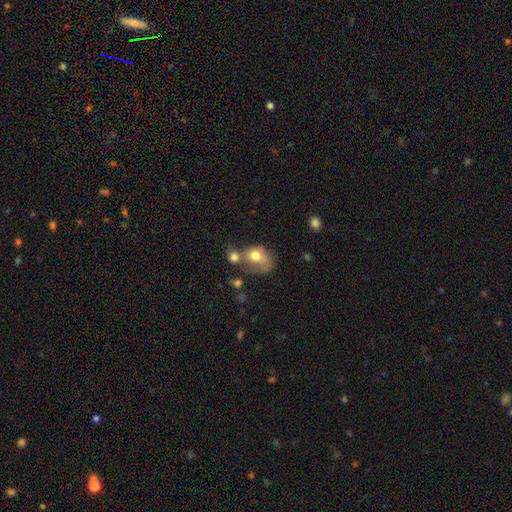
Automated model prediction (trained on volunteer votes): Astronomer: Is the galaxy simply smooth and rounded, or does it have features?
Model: smooth — 71%.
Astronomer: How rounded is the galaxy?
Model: in between — 51% (runner-up: round, 48%).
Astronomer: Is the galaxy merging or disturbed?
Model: merger — 42% (runner-up: none, 21%).